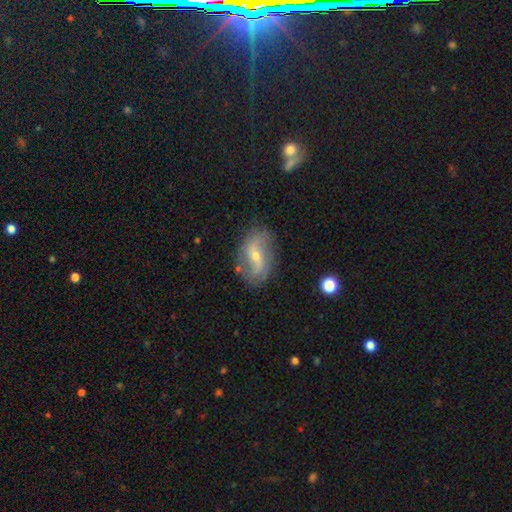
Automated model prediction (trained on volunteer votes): This appears to be a featured or disk galaxy (78%) with a weak bar (42%), 2 (89%) loose (68%) spiral arms (90%) and a small central bulge (61%). Merging: none (77%).